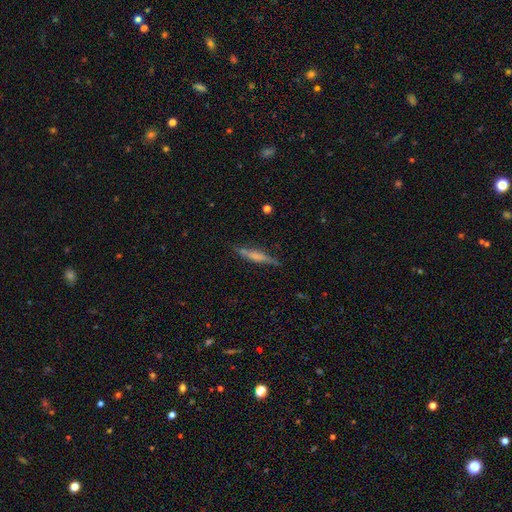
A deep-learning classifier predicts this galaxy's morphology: Smooth or featured? Predicted: featured or disk (p=0.53). Edge-on disk? Predicted: yes (p=0.92). Merging? Predicted: none (p=0.76).